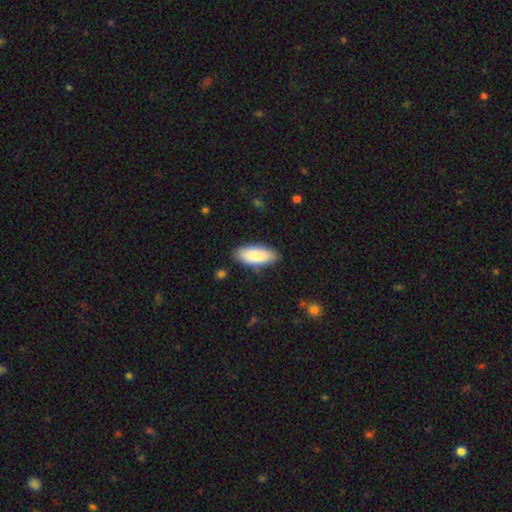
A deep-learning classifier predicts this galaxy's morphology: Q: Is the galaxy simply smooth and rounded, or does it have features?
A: smooth — 87%.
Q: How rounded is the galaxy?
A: in between — 81%.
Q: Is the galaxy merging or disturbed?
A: none — 85%.